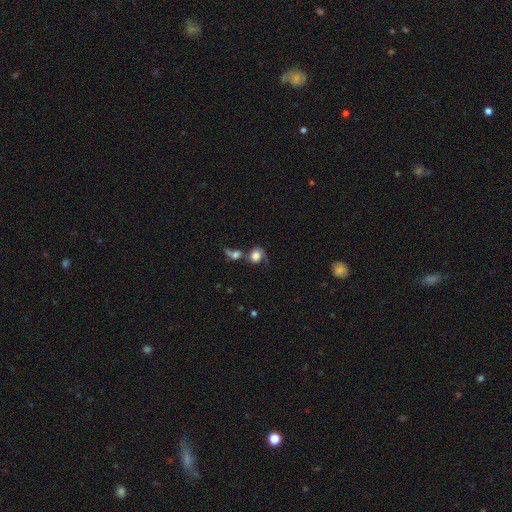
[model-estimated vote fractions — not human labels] smooth-or-featured: smooth: 60% | featured or disk: 29% | star or artifact: 11%
  how-rounded: round: 72% | in between: 27% | cigar-shaped: 1%
  merging: merger: 44% | none: 23% | major disturbance: 21% | minor disturbance: 11%